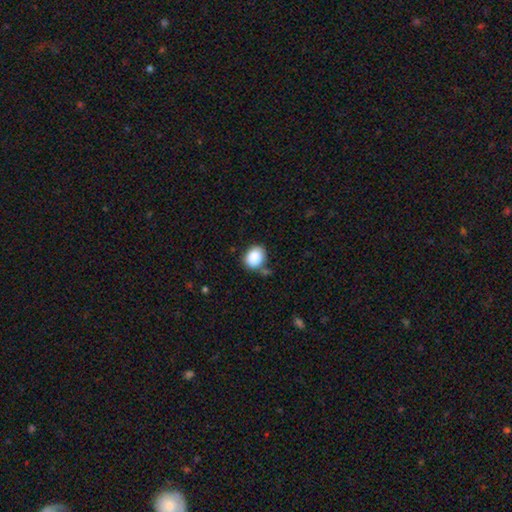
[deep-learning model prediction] Overall: smooth (88%). How rounded: round (50%; in between 49%). Merging: none (70%).